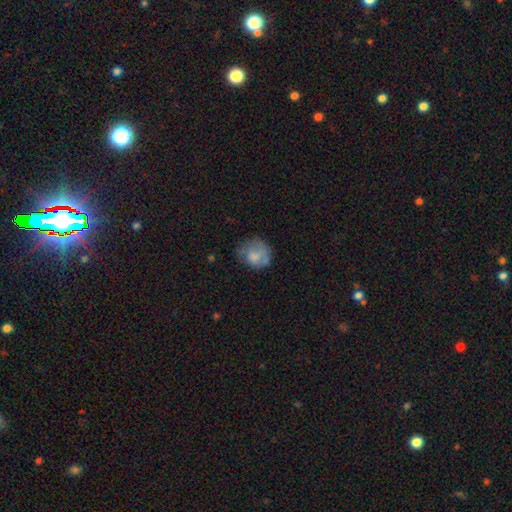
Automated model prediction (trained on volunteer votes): Morphology: type=smooth (66%); roundness=round (71%); merging=none (52%).